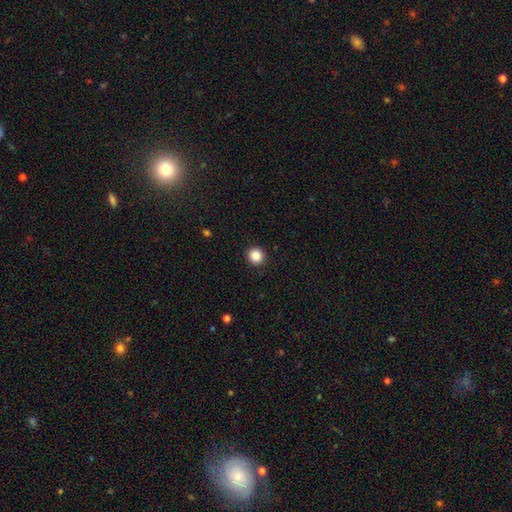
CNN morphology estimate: This is clearly a smooth galaxy (86%). How rounded: clearly round (94%). Merging: clearly none (93%).